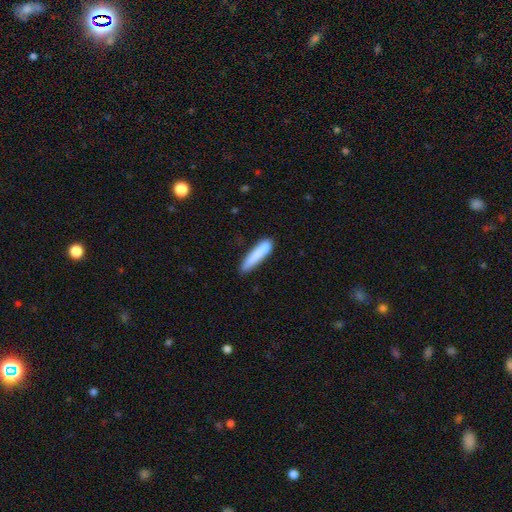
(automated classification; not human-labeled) Smooth or featured?
  - smooth: 81% *
  - featured or disk: 13%
  - star or artifact: 6%
How rounded?
  - cigar-shaped: 88% *
  - in between: 10%
  - round: 1%
Merging?
  - none: 74% *
  - minor disturbance: 17%
  - merger: 5%
  - major disturbance: 4%